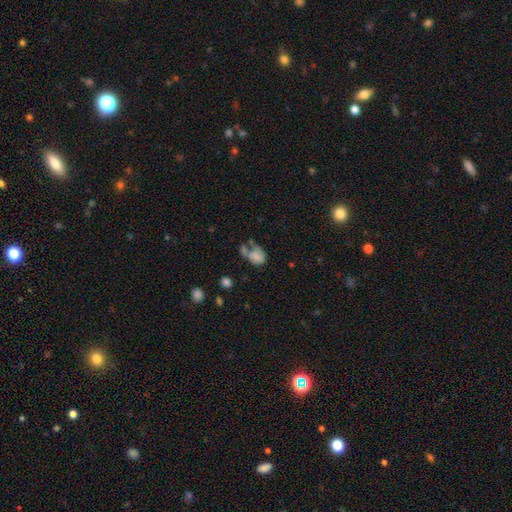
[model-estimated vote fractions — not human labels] Smooth or featured? Predicted: smooth (p=0.69). How rounded? Predicted: in between (p=0.72). Merging? Predicted: merger (p=0.32).